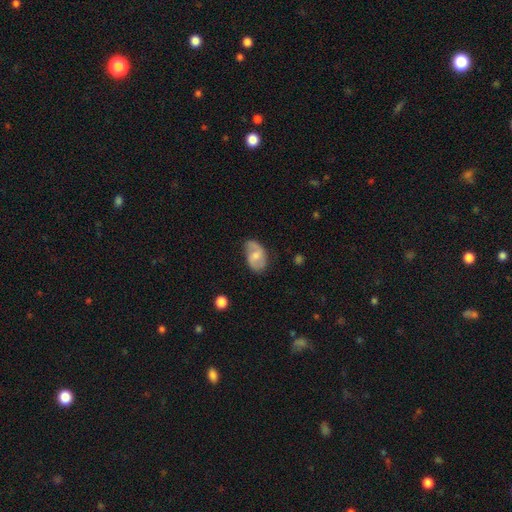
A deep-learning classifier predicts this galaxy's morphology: smooth-or-featured: featured or disk: 59% | smooth: 35% | star or artifact: 6%
  disk-edge-on: no: 96% | yes: 4%
    bar: weak: 50% | no: 38% | strong: 12%
    has-spiral-arms: yes: 85% | no: 15%
    bulge-size: moderate: 51% | small: 37% | none: 7% | large: 4% | dominant: 1%
  merging: none: 64% | minor disturbance: 26% | major disturbance: 8% | merger: 2%